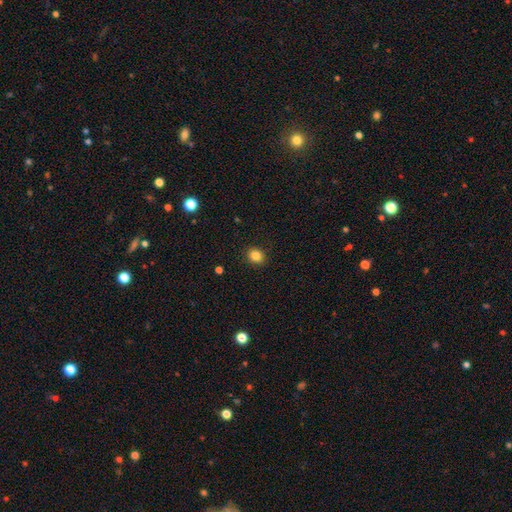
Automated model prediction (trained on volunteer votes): The model was most divided on "how rounded": round: 73%, in between: 26%, cigar-shaped: 1%. More confident: merging — none (90%); smooth or featured — smooth (84%).